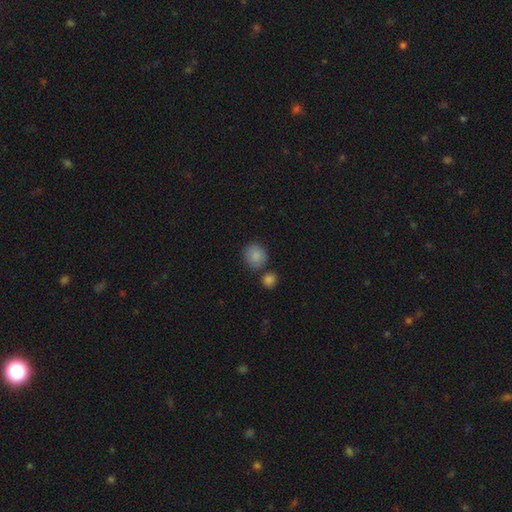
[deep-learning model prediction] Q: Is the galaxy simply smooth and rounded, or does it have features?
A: smooth — 87%.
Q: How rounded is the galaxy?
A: round — 80%.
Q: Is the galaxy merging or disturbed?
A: none — 69%.